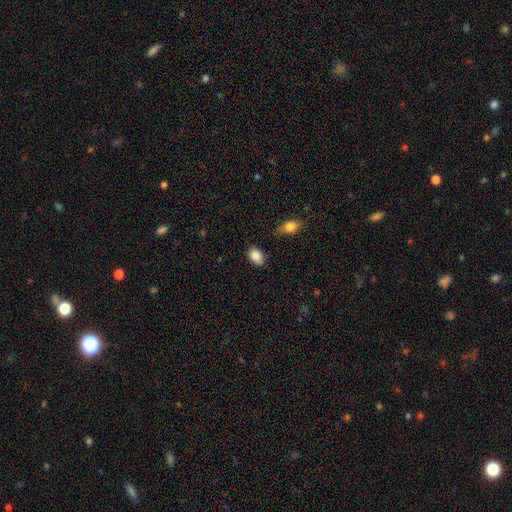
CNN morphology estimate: smooth_or_featured: smooth (p=0.88) [alt: star or artifact p=0.08]
how_rounded: in between (p=0.84) [alt: round p=0.15]
merging: none (p=0.75) [alt: minor disturbance p=0.19]